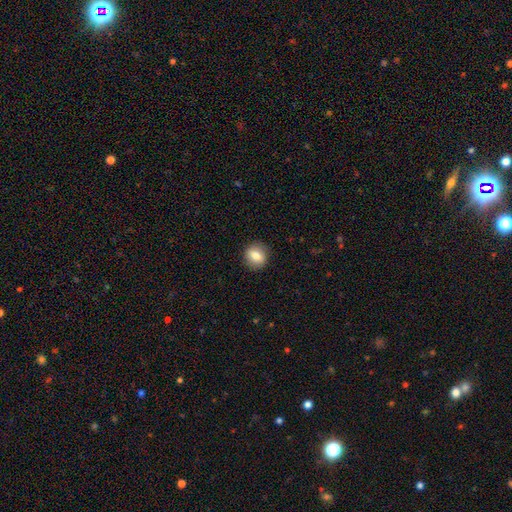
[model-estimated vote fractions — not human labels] Smooth or featured? smooth (77%)
How rounded? round (77%)
Merging? none (89%)